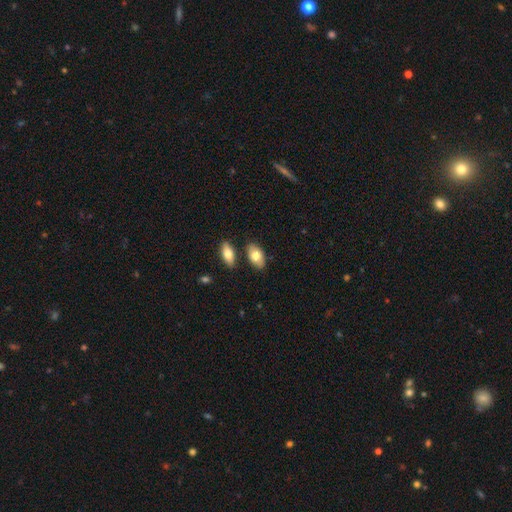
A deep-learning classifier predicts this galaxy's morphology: smooth-or-featured: smooth: 76% | featured or disk: 18% | star or artifact: 6%
  how-rounded: in between: 93% | round: 4% | cigar-shaped: 3%
  merging: none: 77% | minor disturbance: 12% | merger: 9% | major disturbance: 2%